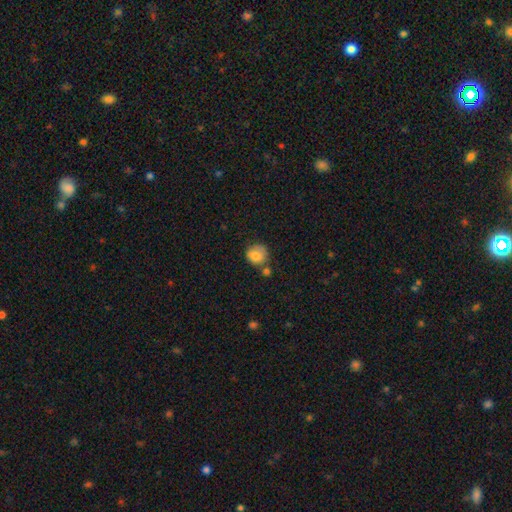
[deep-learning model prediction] The model was most divided on "merging": none: 57%, minor disturbance: 22%, merger: 15%, major disturbance: 6%. More confident: how rounded — round (81%); smooth or featured — smooth (80%).